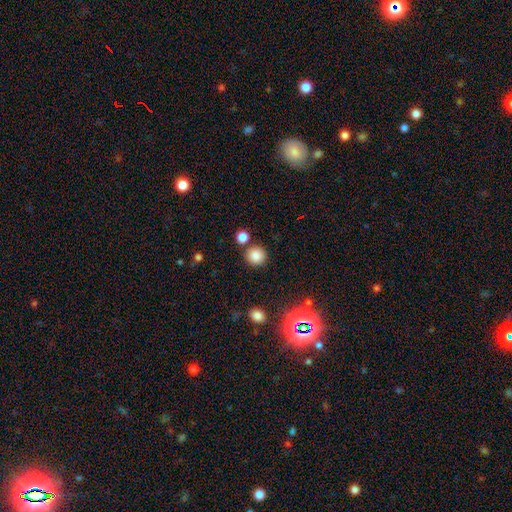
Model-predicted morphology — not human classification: Q: Smooth or featured?
A: smooth (83%); runner-up: star or artifact (12%)
Q: How rounded?
A: round (92%); runner-up: in between (7%)
Q: Merging?
A: none (84%); runner-up: minor disturbance (7%)